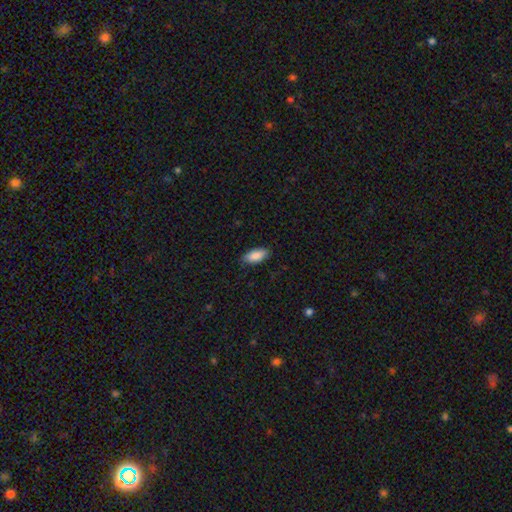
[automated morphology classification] Smooth or featured: smooth — 88% (star or artifact — 6%)
How rounded: in between — 89% (cigar-shaped — 9%)
Merging: none — 86% (minor disturbance — 11%)